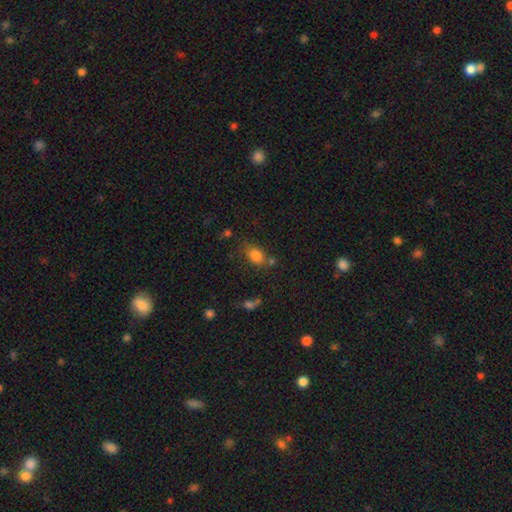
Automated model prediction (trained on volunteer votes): smooth_or_featured: smooth (p=0.81) [alt: star or artifact p=0.12]
how_rounded: in between (p=0.70) [alt: round p=0.29]
merging: none (p=0.60) [alt: minor disturbance p=0.18]